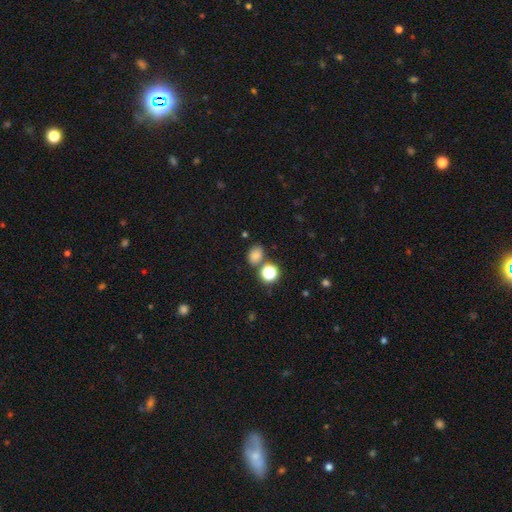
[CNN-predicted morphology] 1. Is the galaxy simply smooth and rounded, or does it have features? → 75% smooth, 18% star or artifact, 6% featured or disk.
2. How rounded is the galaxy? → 55% in between, 44% round, 1% cigar-shaped.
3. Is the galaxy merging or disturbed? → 67% none, 16% merger, 13% minor disturbance, 4% major disturbance.